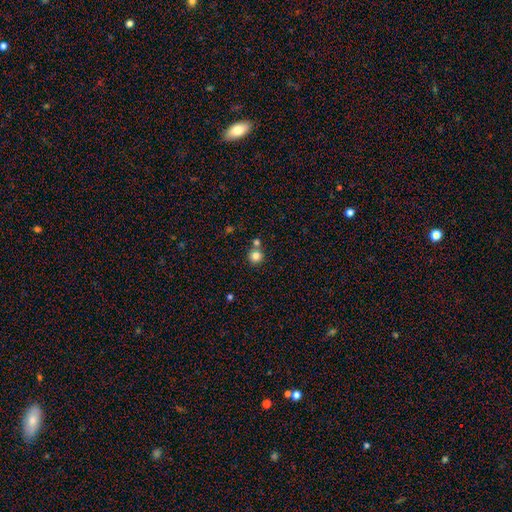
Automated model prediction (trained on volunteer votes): Smooth or featured? Predicted: smooth (p=0.82). How rounded? Predicted: round (p=0.92). Merging? Predicted: none (p=0.66).